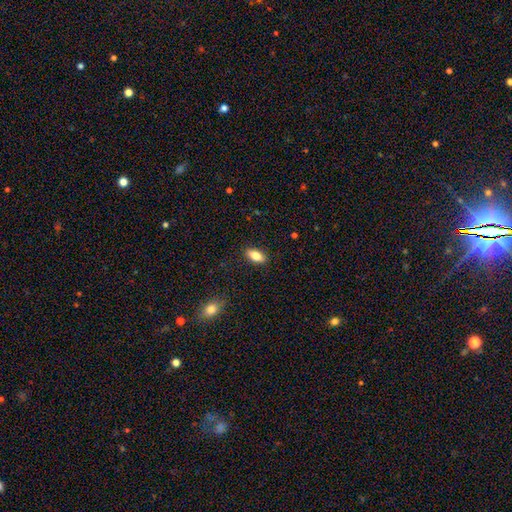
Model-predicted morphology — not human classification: Smooth or featured? Predicted: smooth (p=0.79). How rounded? Predicted: in between (p=0.85). Merging? Predicted: none (p=0.88).